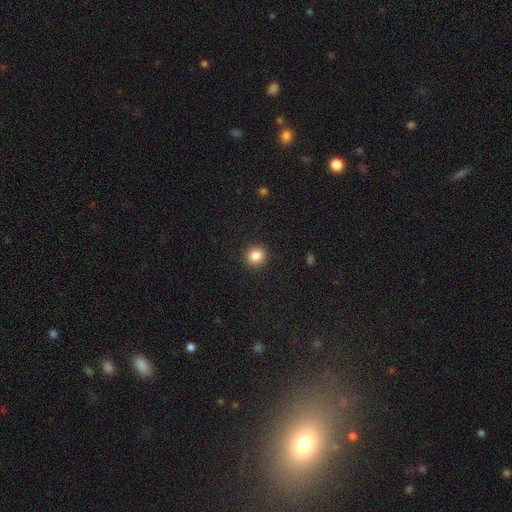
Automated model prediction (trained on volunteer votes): Smooth or featured?
  - smooth: 86% *
  - star or artifact: 10%
  - featured or disk: 4%
How rounded?
  - round: 90% *
  - in between: 9%
  - cigar-shaped: 1%
Merging?
  - none: 92% *
  - minor disturbance: 5%
  - major disturbance: 2%
  - merger: 1%